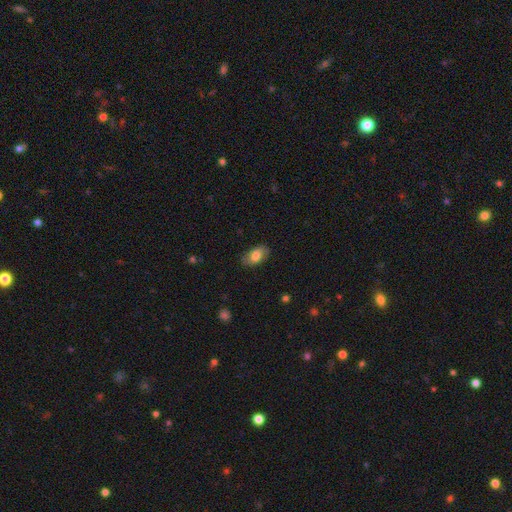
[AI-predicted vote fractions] Smooth or featured? Predicted: smooth (p=0.75). How rounded? Predicted: in between (p=0.92). Merging? Predicted: none (p=0.82).